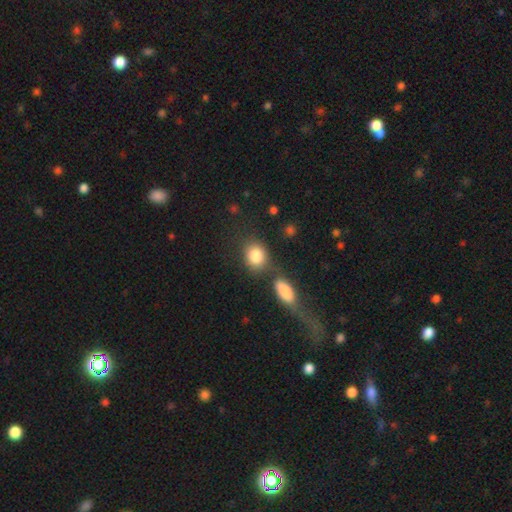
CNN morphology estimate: smooth-or-featured: smooth: 85% | star or artifact: 8% | featured or disk: 7%
  how-rounded: round: 50% | in between: 48% | cigar-shaped: 2%
  merging: none: 59% | merger: 23% | minor disturbance: 13% | major disturbance: 6%